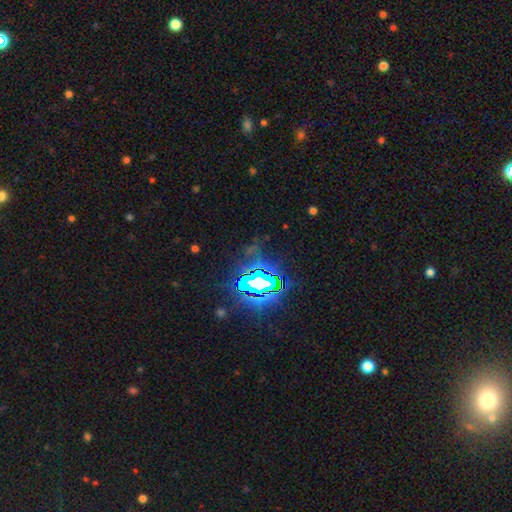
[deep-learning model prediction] Smooth or featured?
  - star or artifact: 81% *
  - smooth: 11%
  - featured or disk: 9%